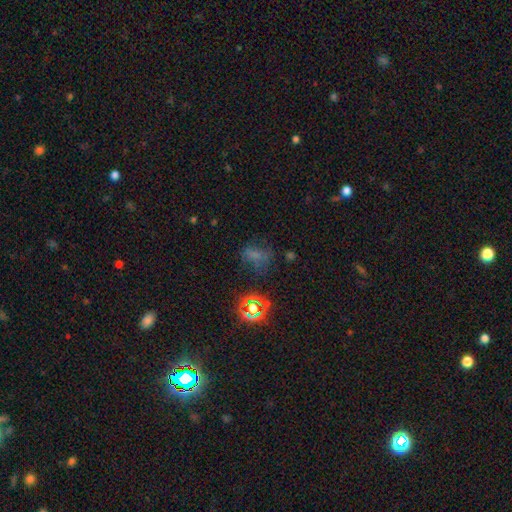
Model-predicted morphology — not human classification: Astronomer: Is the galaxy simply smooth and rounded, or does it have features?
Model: smooth — 46% (runner-up: star or artifact, 38%).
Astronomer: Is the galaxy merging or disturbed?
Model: none — 49%.